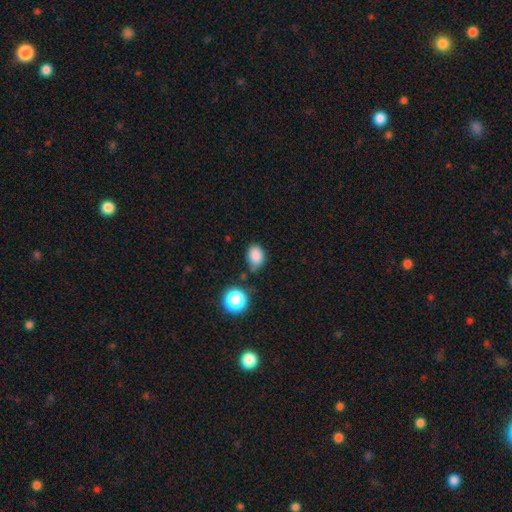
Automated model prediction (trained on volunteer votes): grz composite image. It shows a smooth galaxy with no disk features (84%) that is in between round and cigar-shaped (62%). Merging: none (64%).